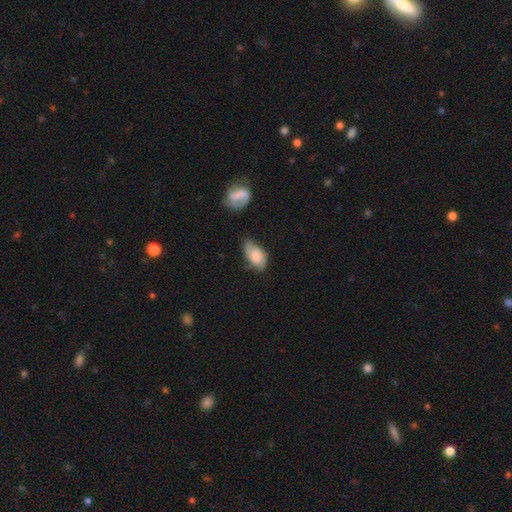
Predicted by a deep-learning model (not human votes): This appears to be a smooth galaxy with no disk features (67%) that is in between round and cigar-shaped (92%). Merging: none (50%).